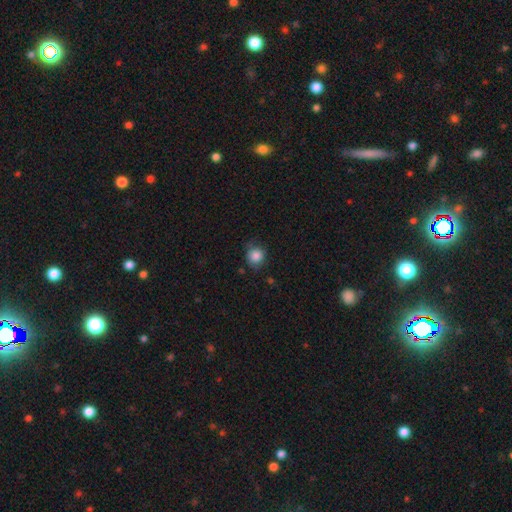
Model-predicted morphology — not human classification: A smooth galaxy with no disk features (85%) that is round (86%). Merging: none (71%).